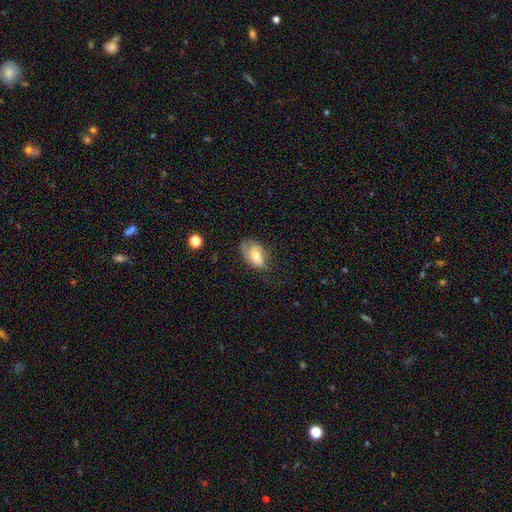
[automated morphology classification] Smooth or featured: smooth — 66% (featured or disk — 26%)
How rounded: in between — 91% (round — 6%)
Merging: none — 44% (minor disturbance — 33%)